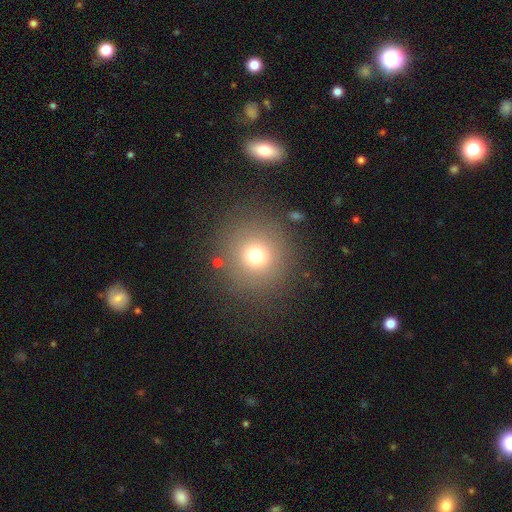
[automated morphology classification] Smooth or featured? Predicted: smooth (p=0.71). How rounded? Predicted: round (p=0.94). Merging? Predicted: none (p=0.85).